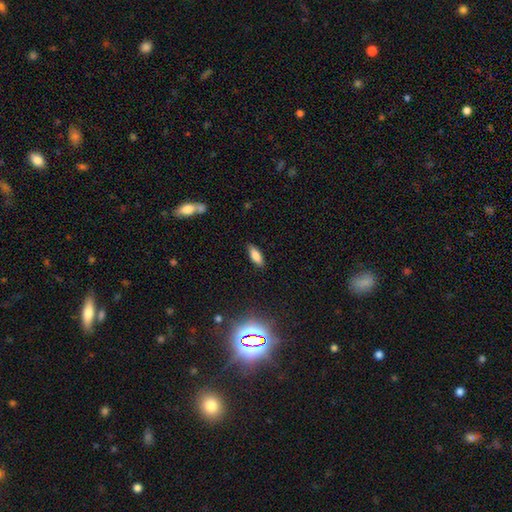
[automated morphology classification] Overall: smooth (79%). How rounded: in between (68%; cigar-shaped 30%). Merging: none (87%).